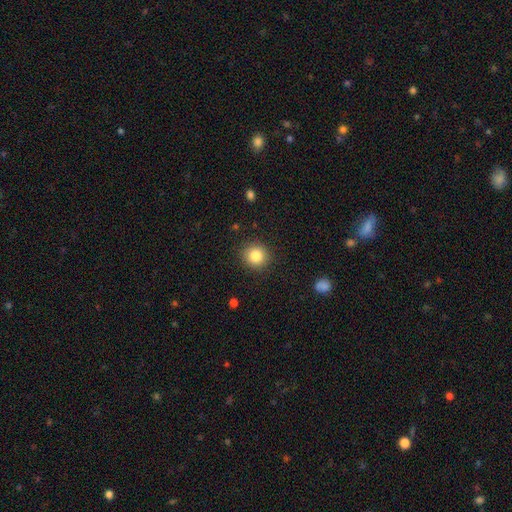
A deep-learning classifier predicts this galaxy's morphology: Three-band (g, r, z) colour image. It shows a smooth galaxy with no disk features (84%) that is round (92%). Merging: none (90%).